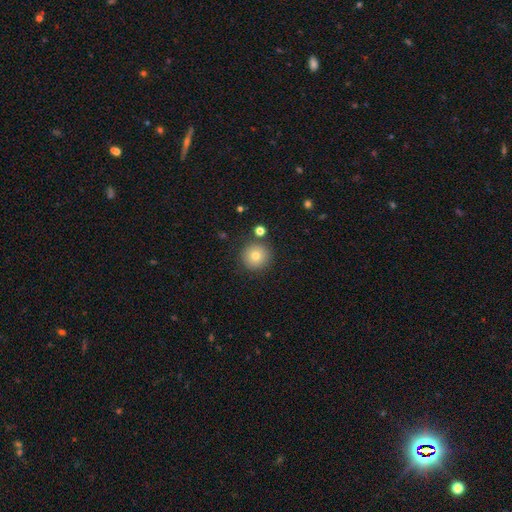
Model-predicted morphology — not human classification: A smooth galaxy with no disk features (77%) that is round (95%). Merging: none (86%).